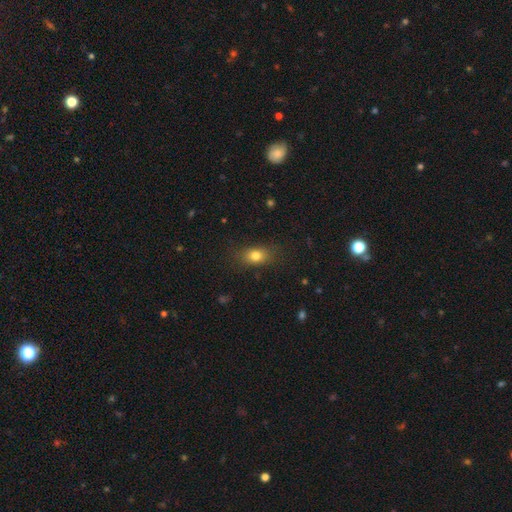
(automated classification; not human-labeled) smooth-or-featured: smooth: 79% | star or artifact: 11% | featured or disk: 10%
  how-rounded: in between: 73% | round: 23% | cigar-shaped: 4%
  merging: none: 81% | minor disturbance: 14% | major disturbance: 5% | merger: 1%